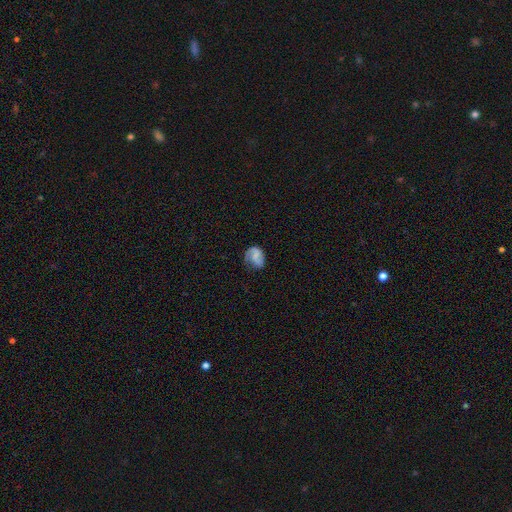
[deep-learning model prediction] Morphology: type=featured or disk (48%); merging=none (46%).